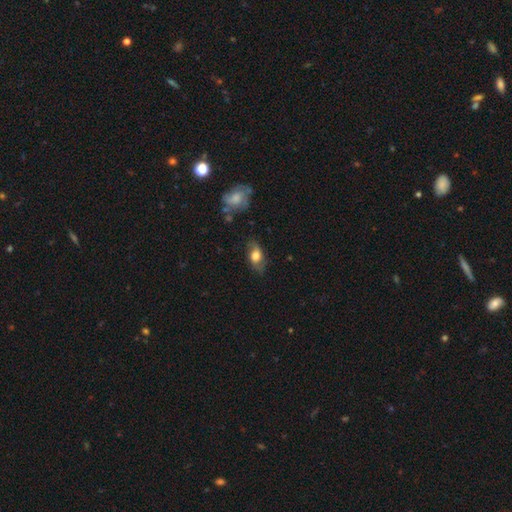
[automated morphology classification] Smooth or featured: smooth — 58% (featured or disk — 34%)
How rounded: in between — 83% (round — 11%)
Merging: none — 67% (minor disturbance — 23%)